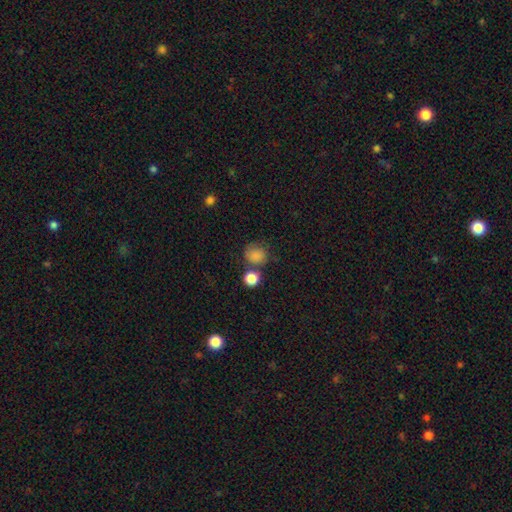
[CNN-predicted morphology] A smooth galaxy with no disk features (82%) that is round (80%).

Vote fractions:
- Smooth or featured? smooth: 82% / star or artifact: 11% / featured or disk: 7%
- How rounded? round: 80% / in between: 19% / cigar-shaped: 1%
- Merging? none: 60% / merger: 18% / minor disturbance: 16% / major disturbance: 7%